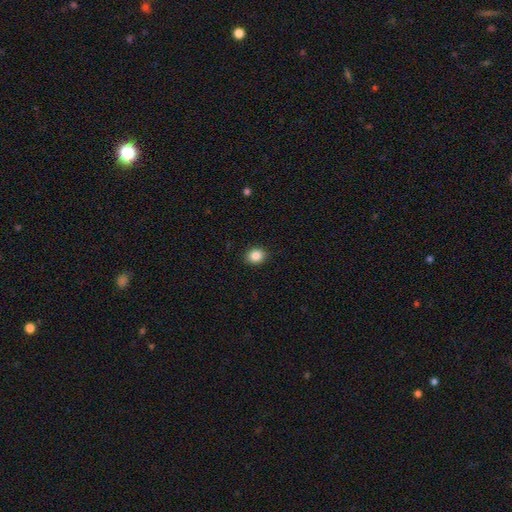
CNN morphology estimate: type=smooth (87%); roundness=round (60%); merging=none (90%).